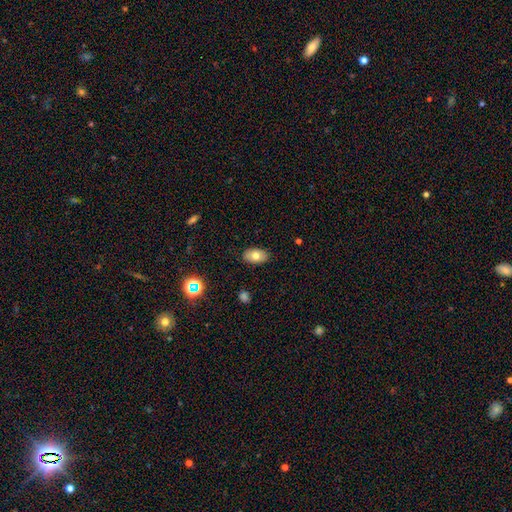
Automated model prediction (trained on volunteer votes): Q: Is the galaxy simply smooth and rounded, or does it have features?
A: smooth — 71%.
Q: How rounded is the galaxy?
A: in between — 91%.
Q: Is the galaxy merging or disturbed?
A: none — 86%.